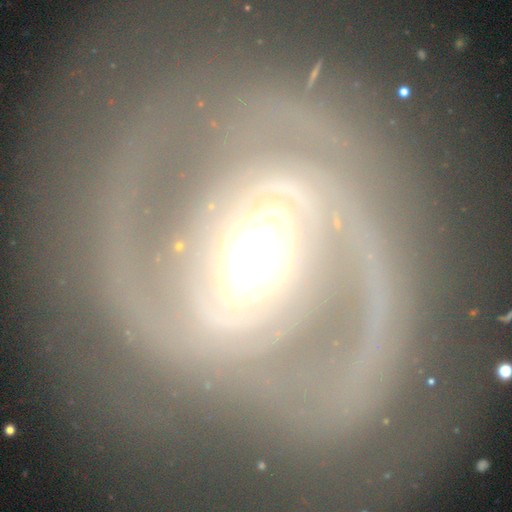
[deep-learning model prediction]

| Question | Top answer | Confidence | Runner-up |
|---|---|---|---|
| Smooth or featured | featured or disk | 86% | smooth (8%) |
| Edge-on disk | no | 94% | yes (6%) |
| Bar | no | 41% | strong (32%) |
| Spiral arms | yes | 83% | no (17%) |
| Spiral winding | tight | 66% | medium (24%) |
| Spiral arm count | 2 | 39% | can't tell (24%) |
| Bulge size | moderate | 60% | large (21%) |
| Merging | none | 67% | major disturbance (14%) |